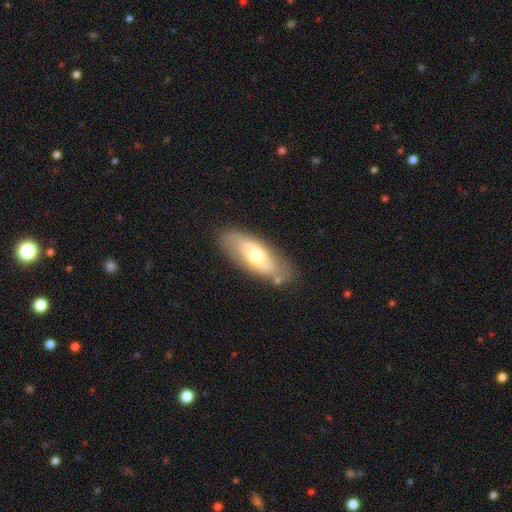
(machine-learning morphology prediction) type=smooth (50%); roundness=in between (75%); merging=none (80%).